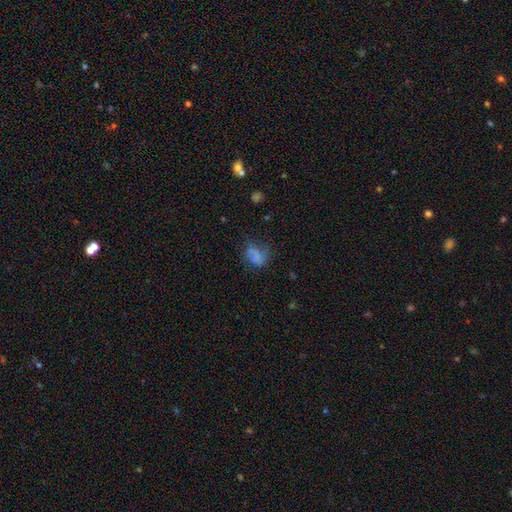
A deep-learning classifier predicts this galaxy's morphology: smooth 56%, featured or disk 26%, star or artifact 18%. Down the decision tree: how rounded — in between (61%); merging — none (44%).